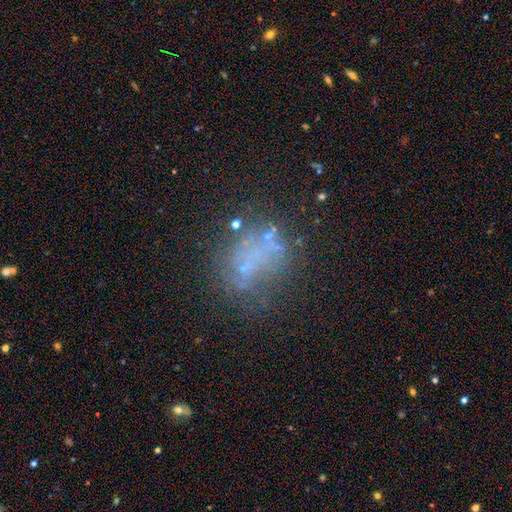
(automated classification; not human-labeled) Smooth or featured? featured or disk (42%)
Merging? none (51%)